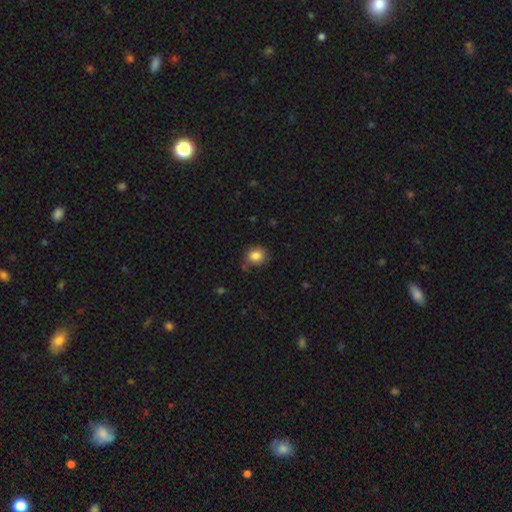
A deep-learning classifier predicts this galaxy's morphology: Overall: smooth (85%). How rounded: round (80%). Merging: none (75%).